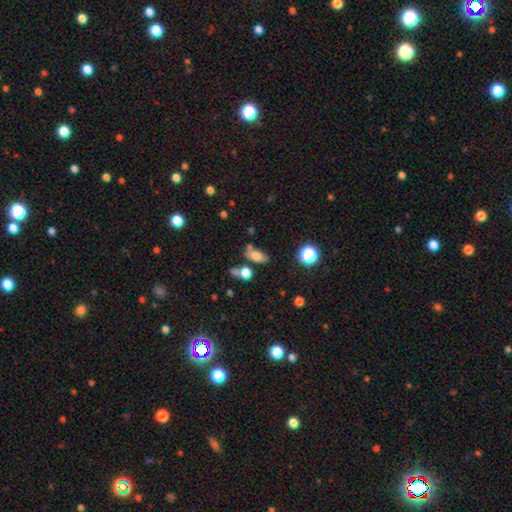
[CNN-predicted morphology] smooth-or-featured: smooth: 72% | featured or disk: 16% | star or artifact: 12%
  how-rounded: in between: 82% | cigar-shaped: 10% | round: 9%
  merging: none: 61% | merger: 17% | minor disturbance: 16% | major disturbance: 6%